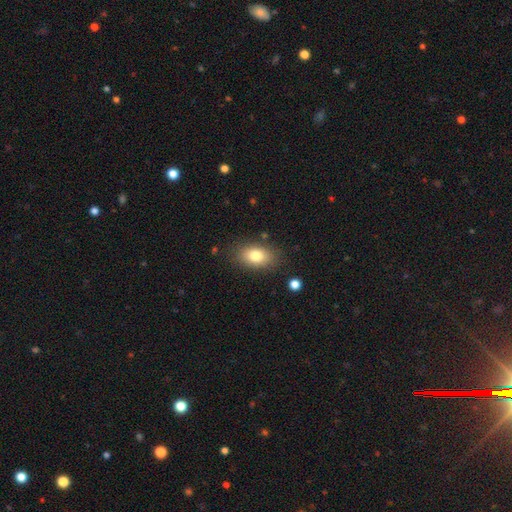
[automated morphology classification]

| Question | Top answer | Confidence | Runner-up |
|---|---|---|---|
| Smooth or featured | smooth | 80% | featured or disk (12%) |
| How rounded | in between | 87% | round (12%) |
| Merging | none | 83% | minor disturbance (12%) |